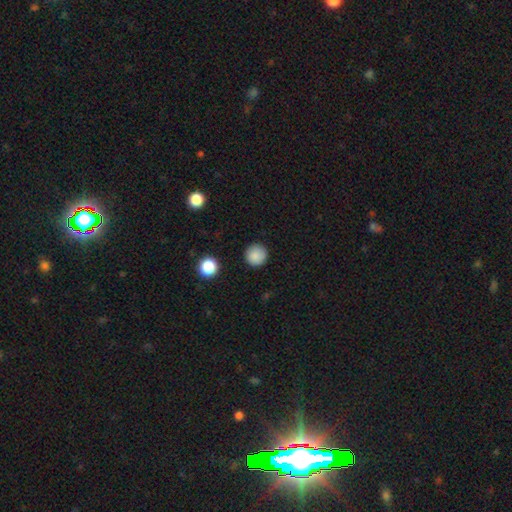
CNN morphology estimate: A smooth galaxy with no disk features (86%) that is round (96%).

Vote fractions:
- Smooth or featured? smooth: 86% / star or artifact: 10% / featured or disk: 4%
- How rounded? round: 96% / in between: 3% / cigar-shaped: 1%
- Merging? none: 90% / minor disturbance: 6% / major disturbance: 2% / merger: 1%